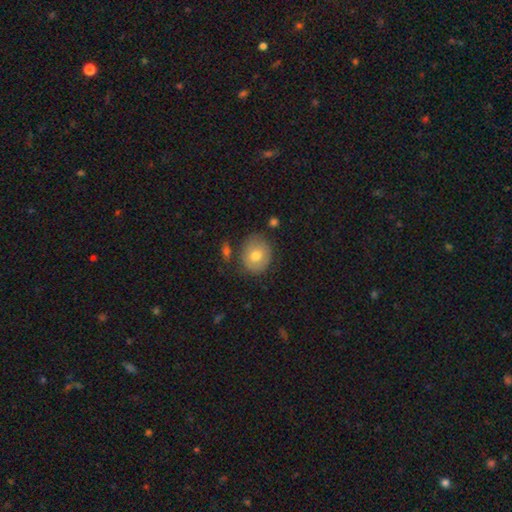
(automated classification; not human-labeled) smooth_or_featured: smooth (p=0.72) [alt: featured or disk p=0.20]
how_rounded: round (p=0.71) [alt: in between p=0.28]
merging: none (p=0.74) [alt: minor disturbance p=0.17]